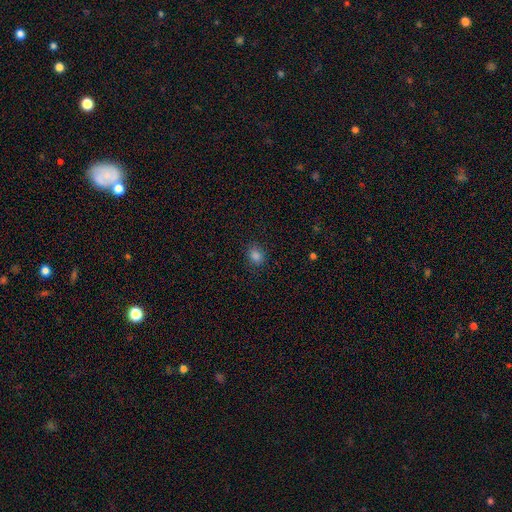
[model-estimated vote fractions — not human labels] smooth 83%, star or artifact 13%, featured or disk 4%. Down the decision tree: how rounded — round (60%); merging — none (85%).